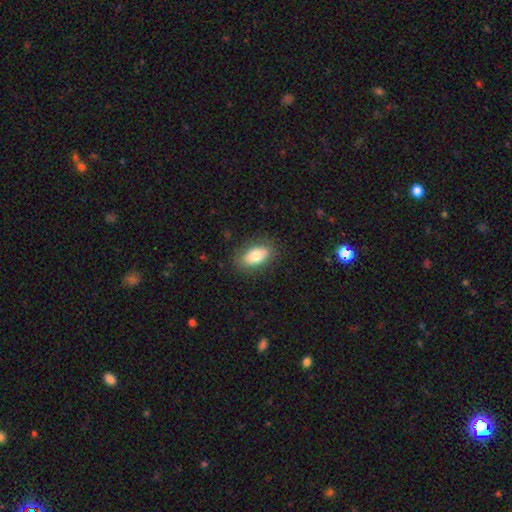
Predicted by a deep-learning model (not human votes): smooth_or_featured: smooth (p=0.76) [alt: featured or disk p=0.16]
how_rounded: in between (p=0.90) [alt: round p=0.08]
merging: none (p=0.83) [alt: minor disturbance p=0.12]